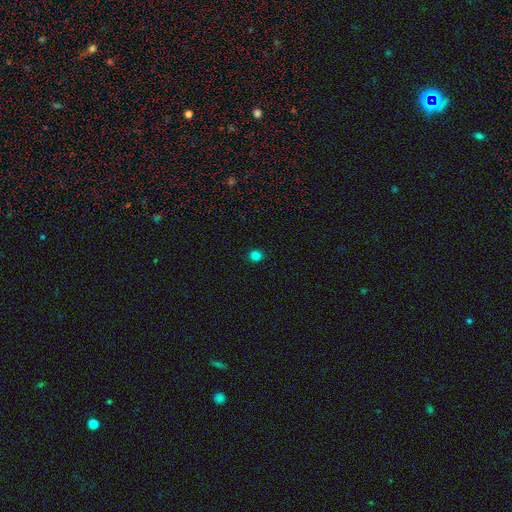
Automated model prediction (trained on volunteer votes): The model was most divided on "how rounded": round: 82%, in between: 17%, cigar-shaped: 1%. More confident: merging — none (92%); smooth or featured — smooth (82%).